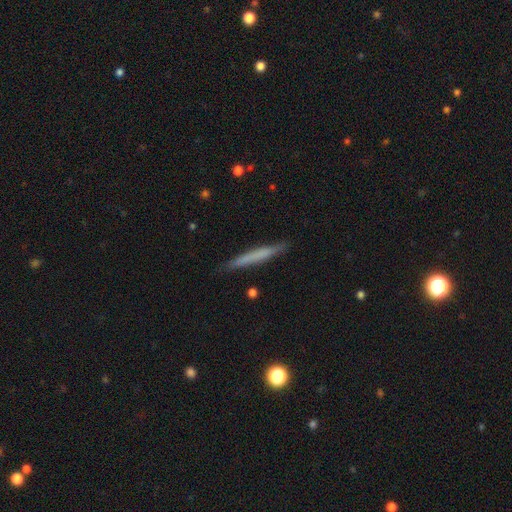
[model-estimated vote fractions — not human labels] Overall: smooth (61%; featured or disk 33%). How rounded: cigar-shaped (96%). Merging: none (89%).